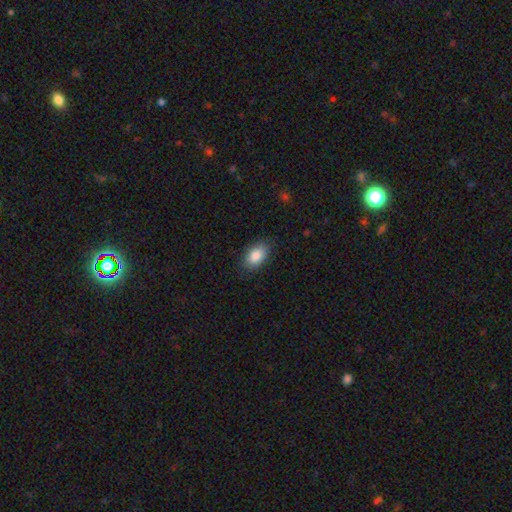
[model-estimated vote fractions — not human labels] This is clearly a smooth galaxy (86%). How rounded: clearly in between (91%). Merging: clearly none (84%).